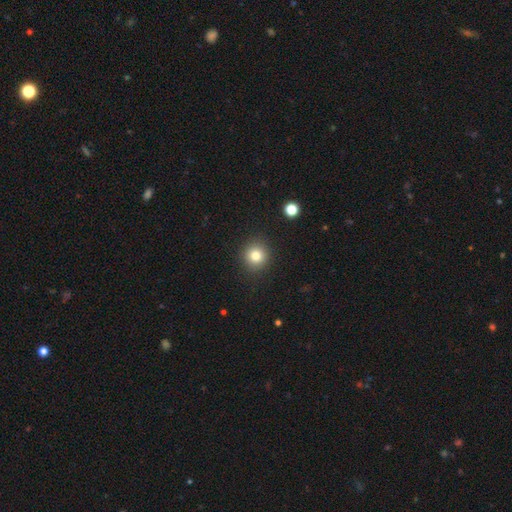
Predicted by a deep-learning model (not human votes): Smooth or featured: smooth — 81% (star or artifact — 12%)
How rounded: round — 91% (in between — 8%)
Merging: none — 90% (minor disturbance — 6%)